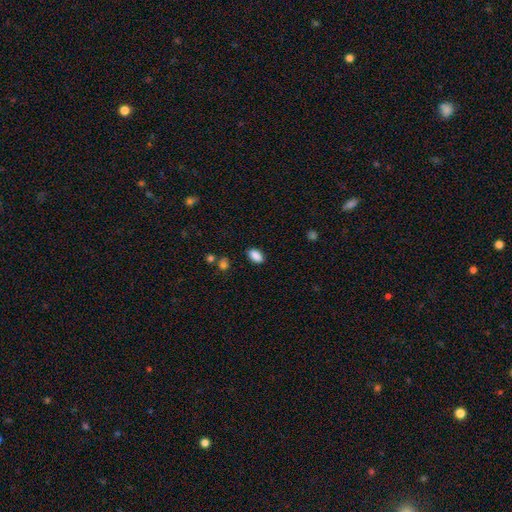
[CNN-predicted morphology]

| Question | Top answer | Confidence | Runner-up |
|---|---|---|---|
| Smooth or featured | smooth | 88% | star or artifact (8%) |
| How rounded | in between | 90% | round (7%) |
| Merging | none | 85% | minor disturbance (11%) |